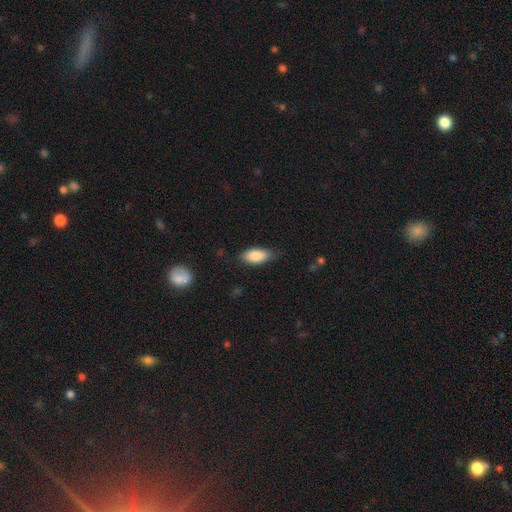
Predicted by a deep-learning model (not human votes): Smooth or featured? smooth (86%)
How rounded? in between (88%)
Merging? none (72%)